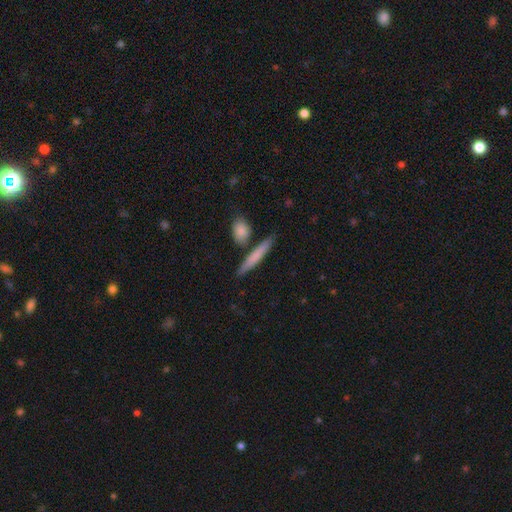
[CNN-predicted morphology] Smooth or featured? smooth (69%)
How rounded? cigar-shaped (89%)
Merging? none (78%)